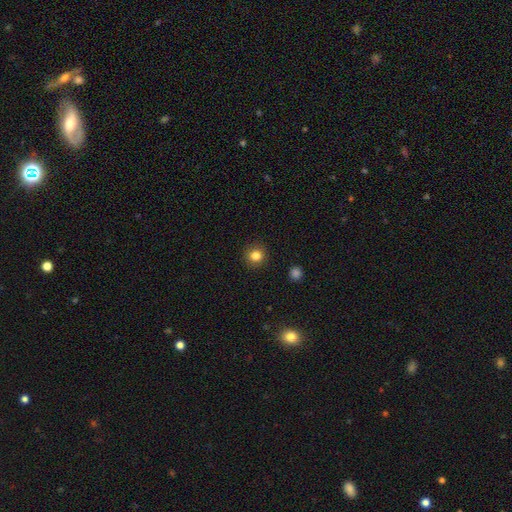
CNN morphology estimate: A smooth galaxy with no disk features (82%) that is round (91%). Merging: none (91%).